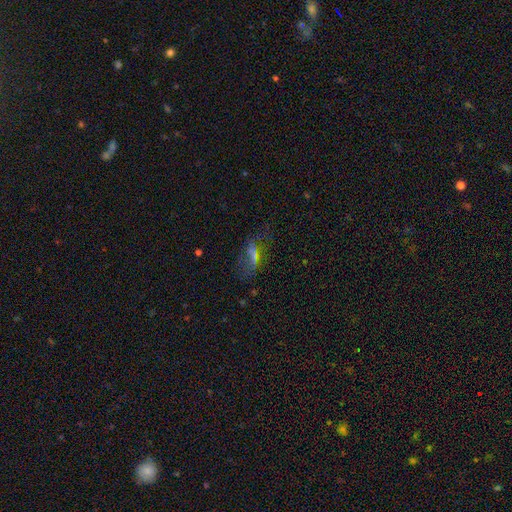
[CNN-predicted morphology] A featured or disk galaxy (42%). Merging: none (53%).